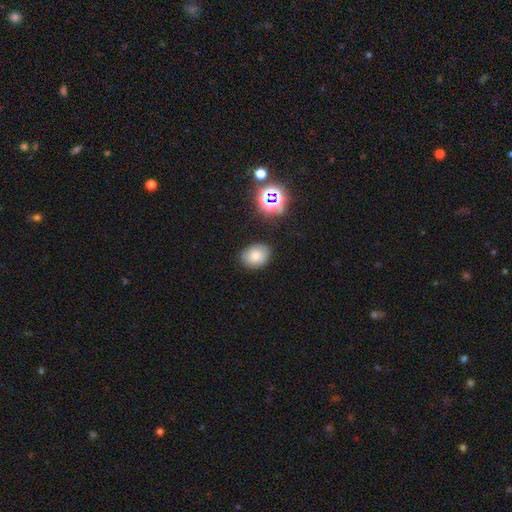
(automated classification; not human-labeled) smooth_or_featured: smooth (p=0.76) [alt: star or artifact p=0.14]
how_rounded: in between (p=0.60) [alt: round p=0.39]
merging: none (p=0.82) [alt: minor disturbance p=0.13]